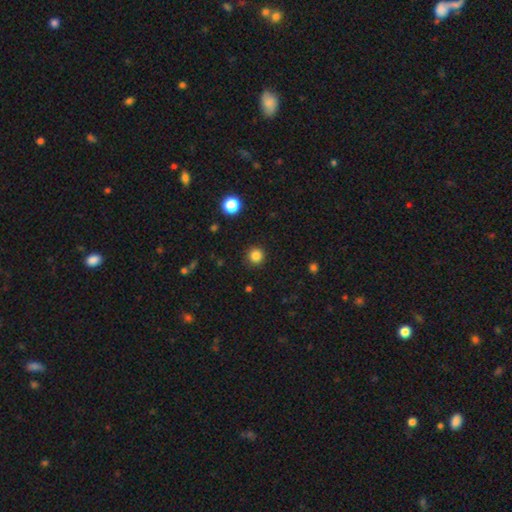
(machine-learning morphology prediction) Smooth or featured? Predicted: smooth (p=0.84). How rounded? Predicted: round (p=0.95). Merging? Predicted: none (p=0.92).